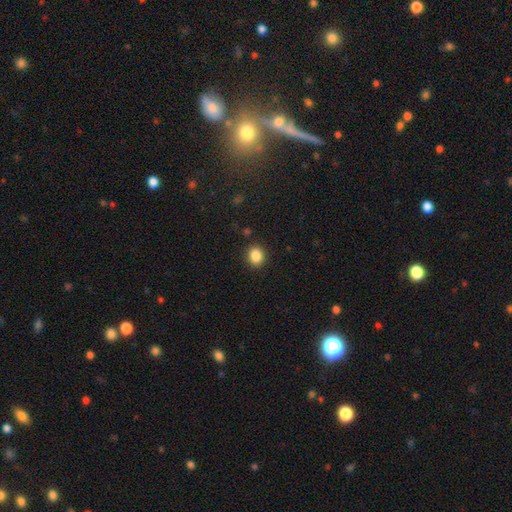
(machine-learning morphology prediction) A smooth galaxy with no disk features (86%) that is round (64%).

Vote fractions:
- Smooth or featured? smooth: 86% / star or artifact: 10% / featured or disk: 4%
- How rounded? round: 64% / in between: 35% / cigar-shaped: 1%
- Merging? none: 89% / minor disturbance: 7% / major disturbance: 2% / merger: 1%